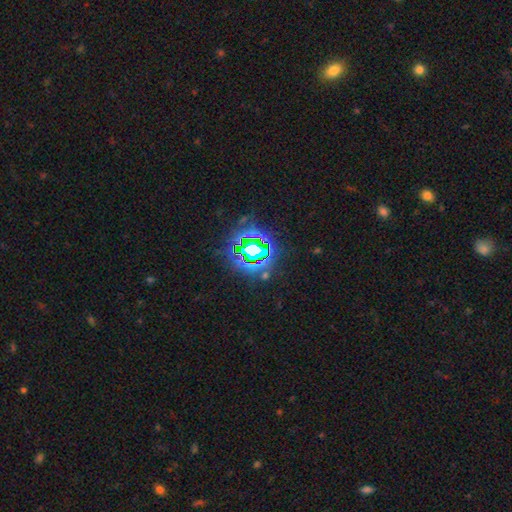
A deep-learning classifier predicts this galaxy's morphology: Overall: star or artifact (81%).